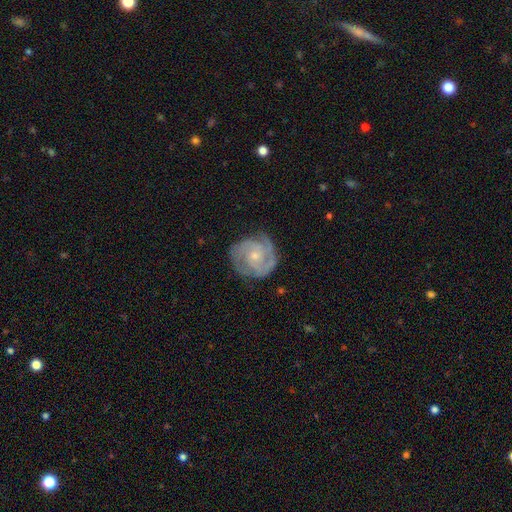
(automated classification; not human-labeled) Overall: featured or disk (85%). Edge-on disk: no (98%). Bar: no (71%). Spiral arms: yes (97%). Spiral arm count: 2 (39%; 3 37%). Spiral winding: tight (60%; medium 34%). Bulge size: small (66%; moderate 30%). Merging: none (76%).